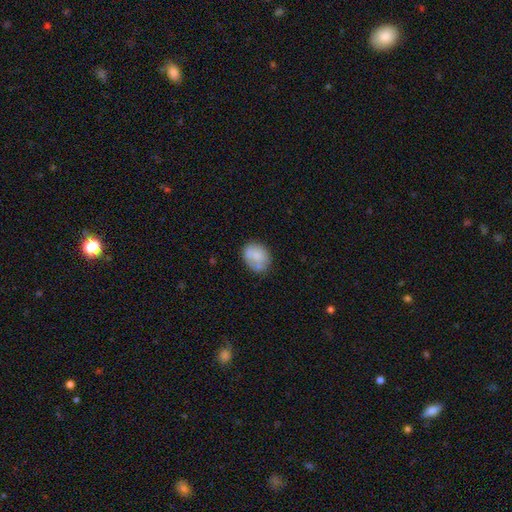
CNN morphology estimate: A smooth galaxy with no disk features (71%) that is in between round and cigar-shaped (52%).

Vote fractions:
- Smooth or featured? smooth: 71% / featured or disk: 21% / star or artifact: 8%
- How rounded? in between: 52% / round: 47% / cigar-shaped: 1%
- Merging? none: 56% / minor disturbance: 26% / major disturbance: 9% / merger: 8%